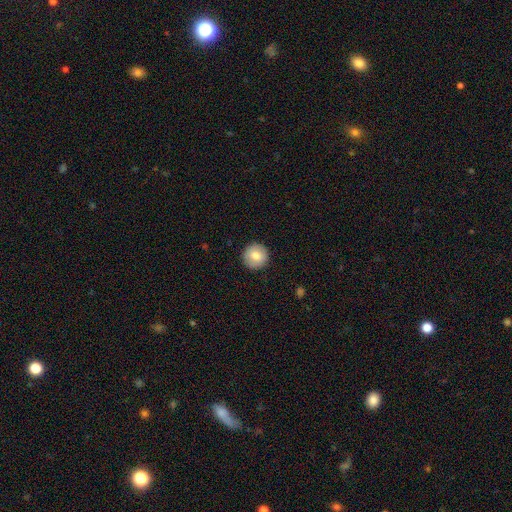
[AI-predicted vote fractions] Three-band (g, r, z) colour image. It shows a smooth galaxy with no disk features (78%) that is round (94%). Merging: none (91%).